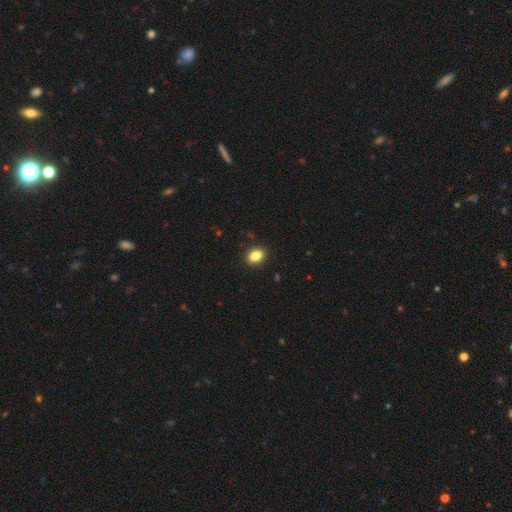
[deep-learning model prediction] Smooth or featured: smooth — 85% (star or artifact — 9%)
How rounded: in between — 70% (round — 29%)
Merging: none — 90% (minor disturbance — 8%)